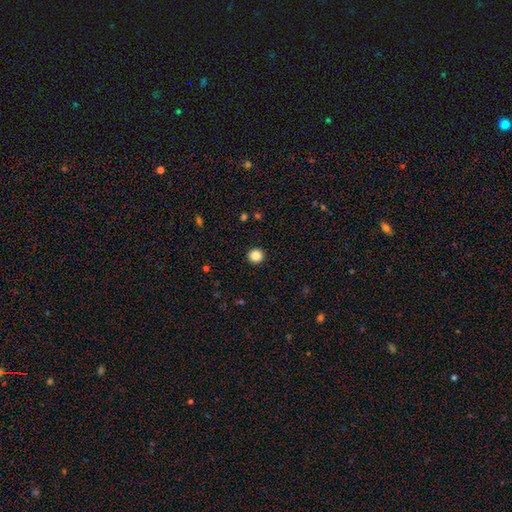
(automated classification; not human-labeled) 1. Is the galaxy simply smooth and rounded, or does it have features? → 86% smooth, 11% star or artifact, 4% featured or disk.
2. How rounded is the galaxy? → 94% round, 5% in between, 1% cigar-shaped.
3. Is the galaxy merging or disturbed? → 93% none, 4% minor disturbance, 2% major disturbance, 1% merger.